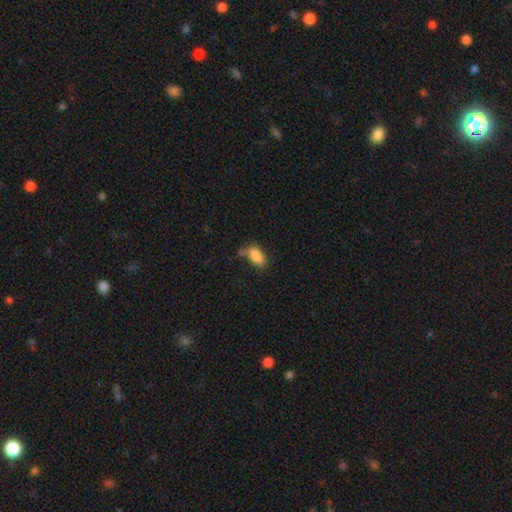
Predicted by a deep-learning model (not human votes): smooth_or_featured: smooth (p=0.86) [alt: star or artifact p=0.08]
how_rounded: in between (p=0.91) [alt: round p=0.05]
merging: none (p=0.60) [alt: minor disturbance p=0.24]